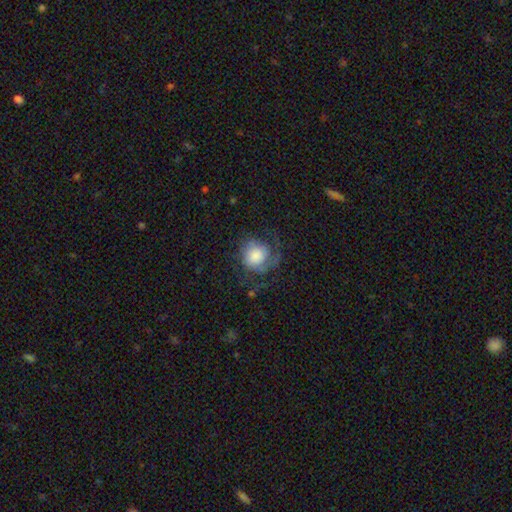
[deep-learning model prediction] Smooth or featured?
  - featured or disk: 50% *
  - smooth: 41%
  - star or artifact: 8%
Edge-on disk?
  - no: 98% *
  - yes: 2%
Merging?
  - none: 52% *
  - major disturbance: 26%
  - minor disturbance: 20%
  - merger: 2%